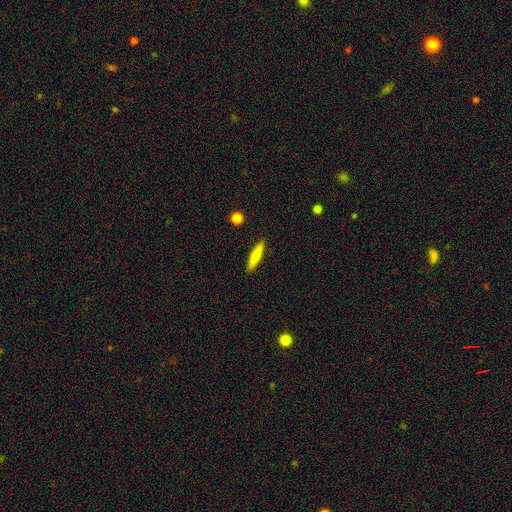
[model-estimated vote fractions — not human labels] Smooth or featured: smooth — 71% (featured or disk — 23%)
How rounded: cigar-shaped — 89% (in between — 9%)
Merging: none — 91% (minor disturbance — 6%)